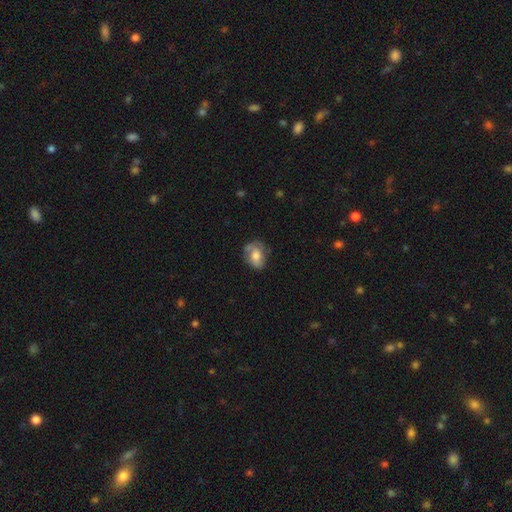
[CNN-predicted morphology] Smooth or featured? smooth (52%)
How rounded? in between (64%)
Merging? none (56%)